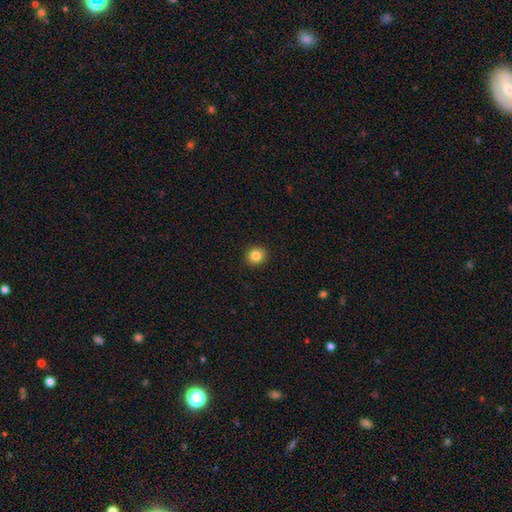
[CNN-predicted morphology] A smooth galaxy with no disk features (84%) that is round (86%). Merging: none (93%).